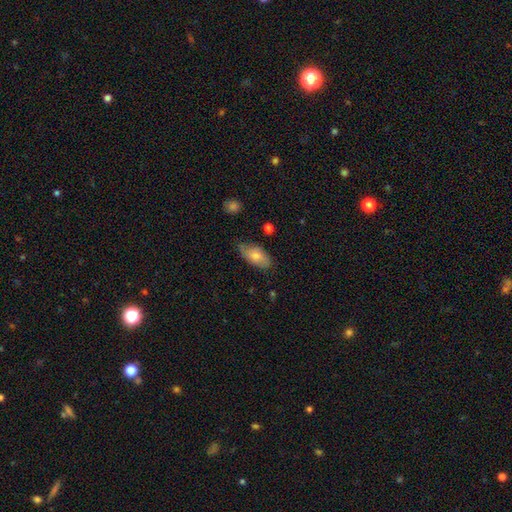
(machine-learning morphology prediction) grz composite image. It shows a smooth galaxy with no disk features (73%) that is in between round and cigar-shaped (93%). Merging: none (66%).